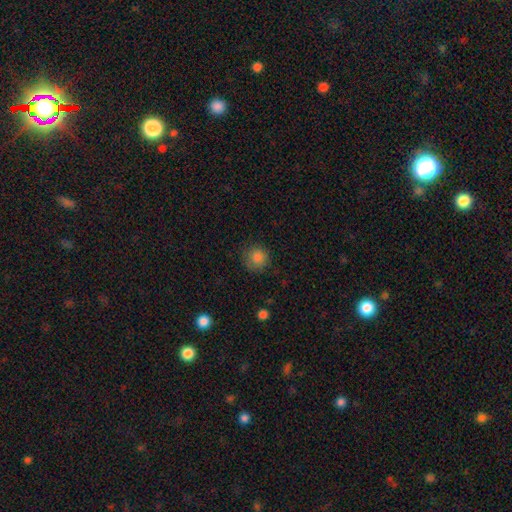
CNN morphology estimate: Smooth or featured? Predicted: smooth (p=0.80). How rounded? Predicted: round (p=0.93). Merging? Predicted: none (p=0.84).